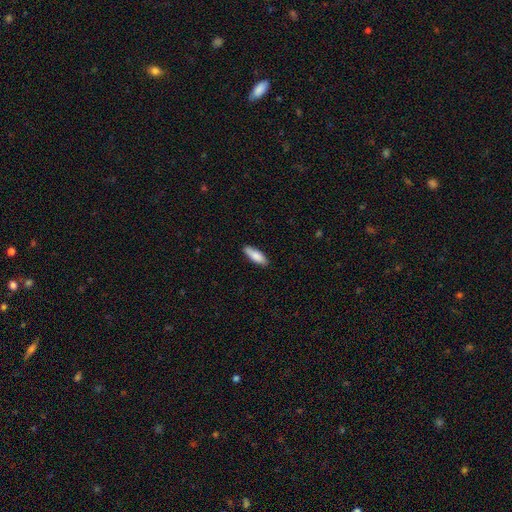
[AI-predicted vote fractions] Morphology: type=smooth (85%); roundness=in between (60%); merging=none (86%).